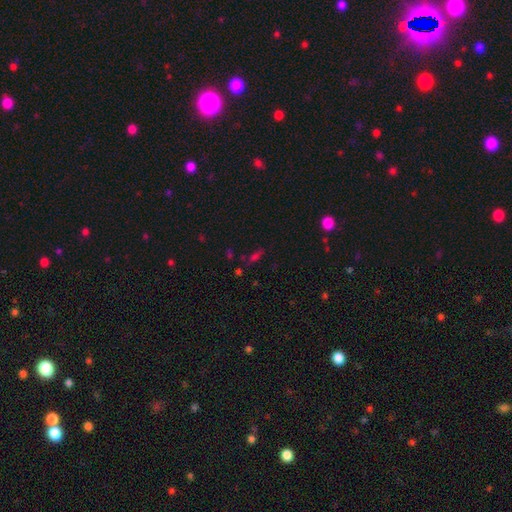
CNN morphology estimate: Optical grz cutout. It shows a smooth galaxy with no disk features (46%). Merging: none (63%).